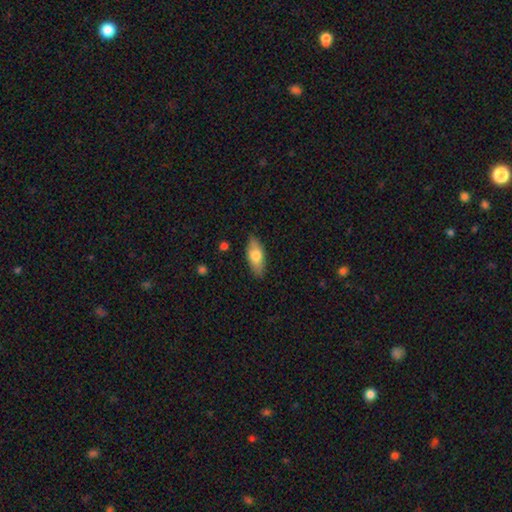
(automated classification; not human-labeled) A smooth galaxy with no disk features (70%) that is in between round and cigar-shaped (79%).

Vote fractions:
- Smooth or featured? smooth: 70% / featured or disk: 24% / star or artifact: 6%
- How rounded? in between: 79% / cigar-shaped: 18% / round: 3%
- Merging? none: 85% / minor disturbance: 11% / major disturbance: 2% / merger: 1%